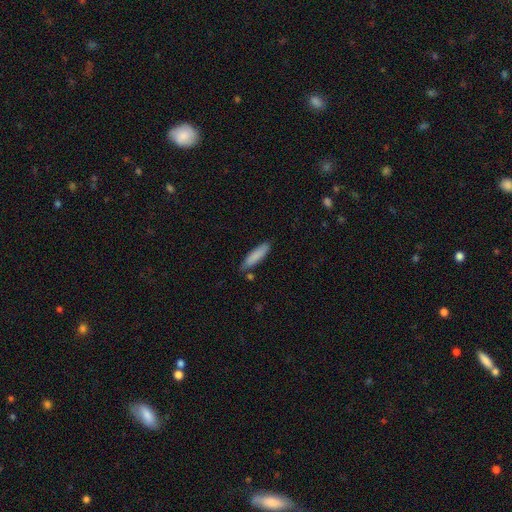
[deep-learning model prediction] This is clearly a smooth galaxy (84%). How rounded: likely cigar-shaped (71%). Merging: likely none (79%).